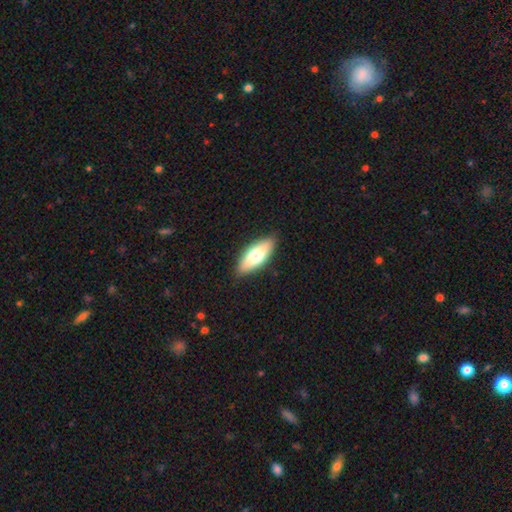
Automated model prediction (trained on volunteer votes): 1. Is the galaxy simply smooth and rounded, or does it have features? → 69% smooth, 25% featured or disk, 6% star or artifact.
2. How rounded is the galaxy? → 75% in between, 23% cigar-shaped, 2% round.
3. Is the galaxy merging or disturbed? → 87% none, 10% minor disturbance, 2% major disturbance, 1% merger.